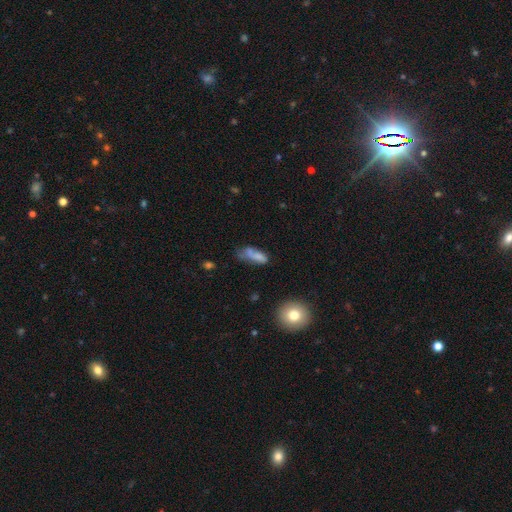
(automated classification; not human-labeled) Smooth or featured? Predicted: smooth (p=0.68). How rounded? Predicted: in between (p=0.65). Merging? Predicted: none (p=0.34).